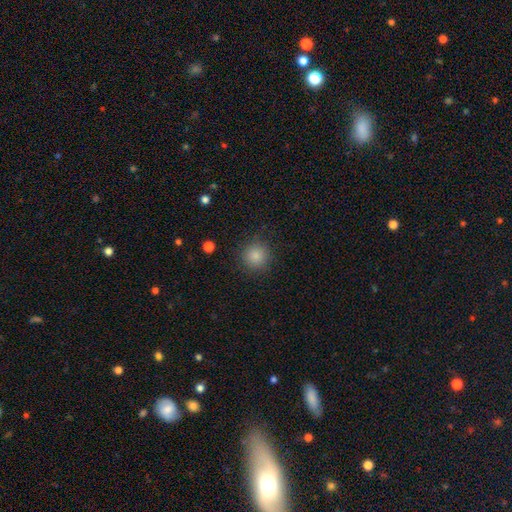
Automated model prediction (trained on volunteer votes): smooth 86%, star or artifact 10%, featured or disk 4%. Down the decision tree: how rounded — round (94%); merging — none (88%).